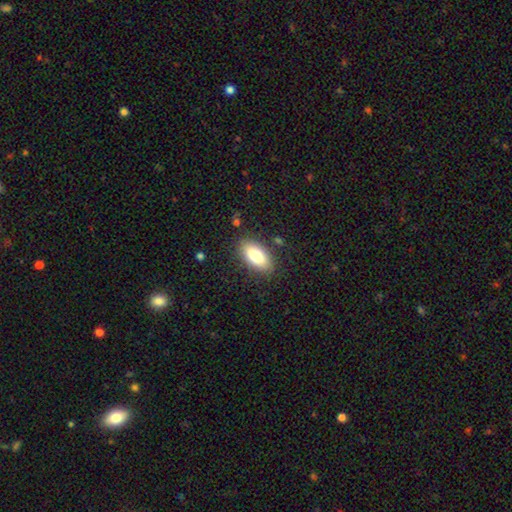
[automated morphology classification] smooth 80%, featured or disk 13%, star or artifact 7%. Down the decision tree: how rounded — in between (90%); merging — none (84%).